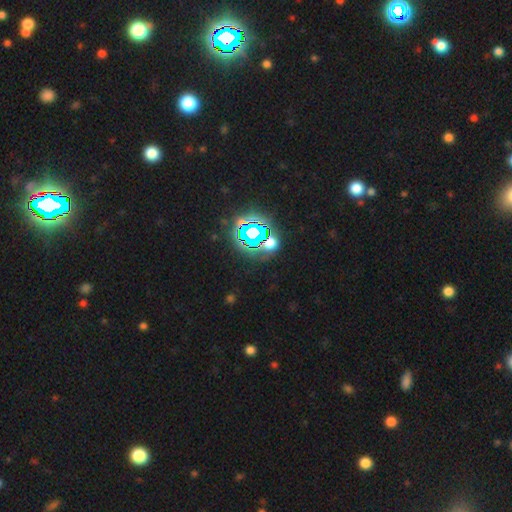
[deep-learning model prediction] Smooth or featured: star or artifact — 82% (smooth — 11%)